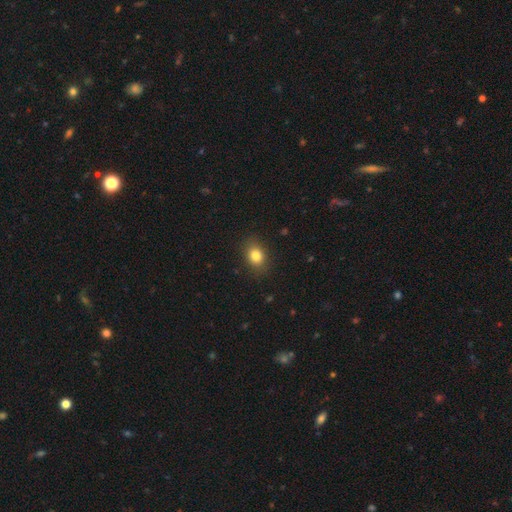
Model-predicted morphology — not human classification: Smooth or featured: smooth — 83% (star or artifact — 10%)
How rounded: in between — 59% (round — 40%)
Merging: none — 86% (minor disturbance — 10%)